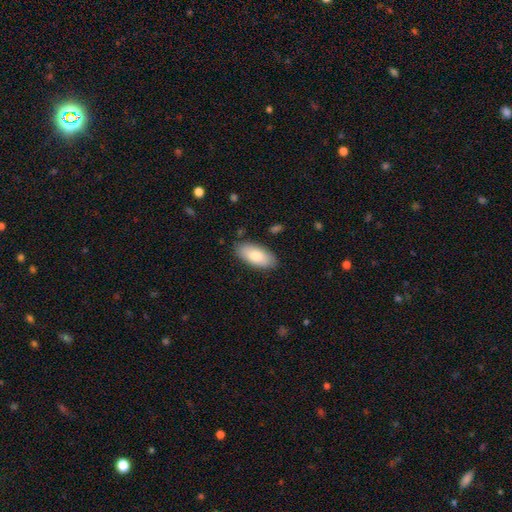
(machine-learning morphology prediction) smooth-or-featured: smooth: 79% | featured or disk: 15% | star or artifact: 6%
  how-rounded: in between: 91% | cigar-shaped: 7% | round: 2%
  merging: none: 85% | minor disturbance: 11% | major disturbance: 2% | merger: 1%